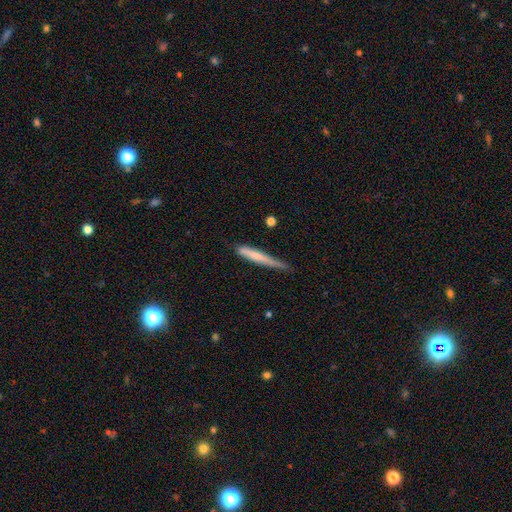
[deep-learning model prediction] Q: Smooth or featured?
A: smooth (63%); runner-up: featured or disk (31%)
Q: How rounded?
A: cigar-shaped (95%); runner-up: in between (4%)
Q: Merging?
A: none (57%); runner-up: minor disturbance (33%)